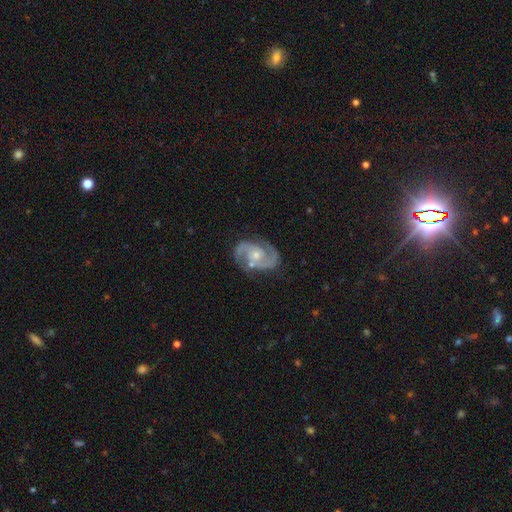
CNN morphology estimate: This is clearly a featured or disk galaxy (91%). It is clearly not viewed edge-on (98%). Bar: likely no (63%). Spiral arm pattern: clearly yes (98%). Spiral arm count: clearly 2 (92%). Spiral winding: possibly medium (58%). Central bulge: possibly small (54%). Merging: likely none (77%).